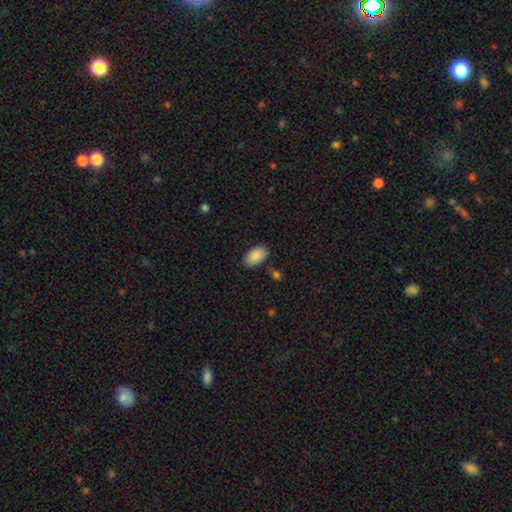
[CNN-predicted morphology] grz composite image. It shows a smooth galaxy with no disk features (89%) that is in between round and cigar-shaped (95%). Merging: none (84%).